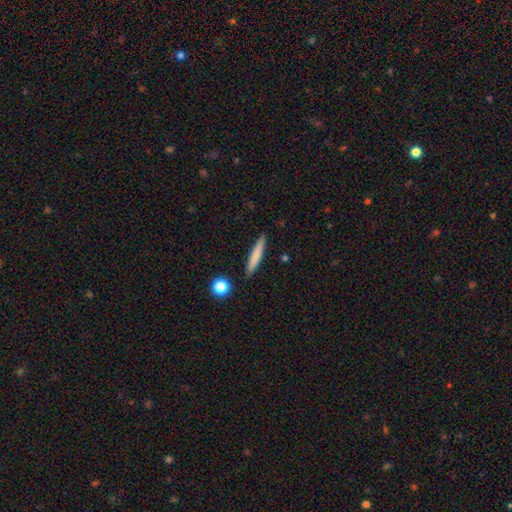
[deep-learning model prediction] Q: Smooth or featured?
A: smooth (75%); runner-up: featured or disk (18%)
Q: How rounded?
A: cigar-shaped (93%); runner-up: in between (6%)
Q: Merging?
A: none (89%); runner-up: minor disturbance (7%)